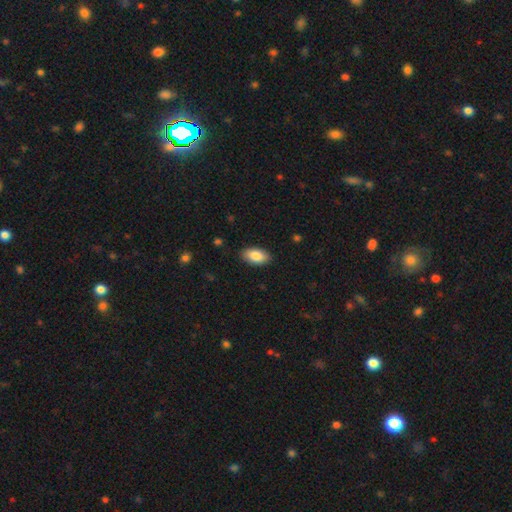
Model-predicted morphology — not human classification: A smooth galaxy with no disk features (86%) that is in between round and cigar-shaped (94%). Merging: none (88%).